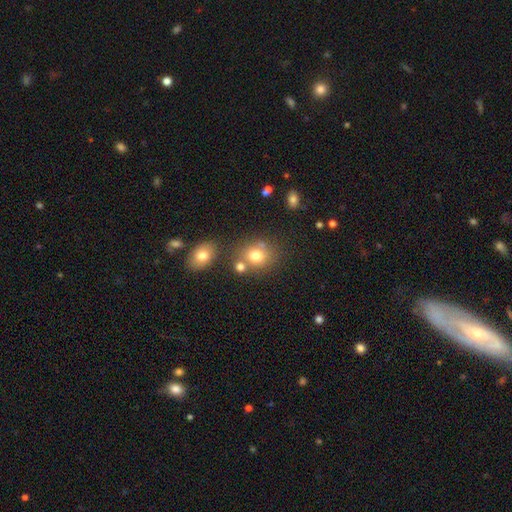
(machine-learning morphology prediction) The model was most divided on "merging": none: 60%, merger: 24%, minor disturbance: 12%, major disturbance: 5%. More confident: smooth or featured — smooth (76%); how rounded — round (68%).